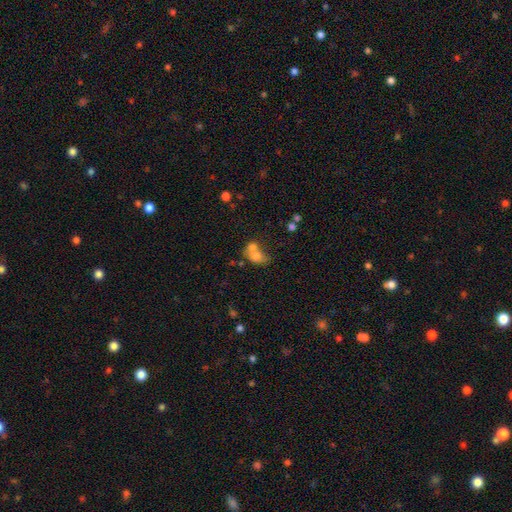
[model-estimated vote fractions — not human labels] A smooth galaxy with no disk features (70%) that is in between round and cigar-shaped (65%).

Vote fractions:
- Smooth or featured? smooth: 70% / featured or disk: 18% / star or artifact: 11%
- How rounded? in between: 65% / round: 34% / cigar-shaped: 2%
- Merging? merger: 61% / none: 23% / minor disturbance: 10% / major disturbance: 7%